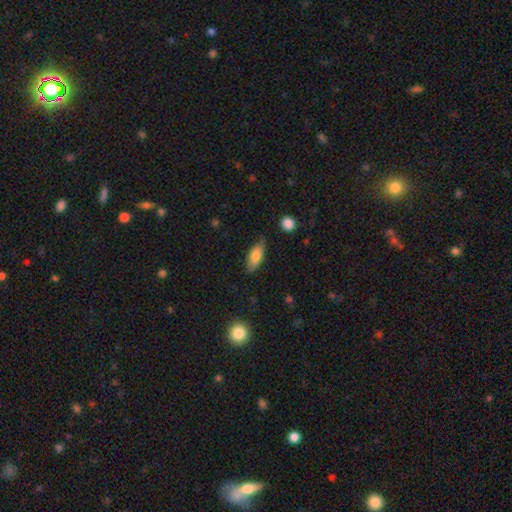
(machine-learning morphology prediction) Q: Smooth or featured?
A: smooth (78%); runner-up: featured or disk (15%)
Q: How rounded?
A: in between (76%); runner-up: cigar-shaped (22%)
Q: Merging?
A: none (77%); runner-up: minor disturbance (17%)